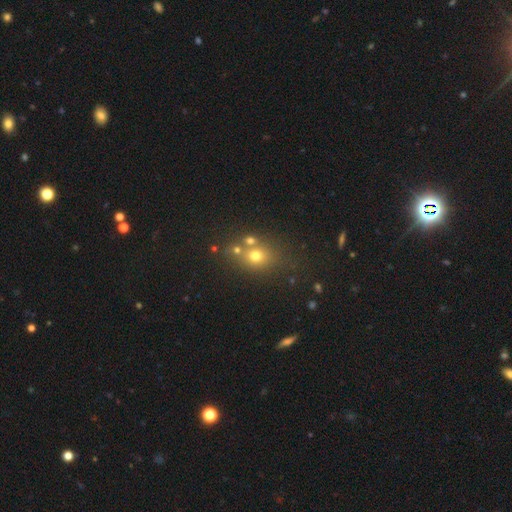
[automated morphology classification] This is likely a smooth galaxy (67%). How rounded: likely round (64%). Merging: likely none (60%).